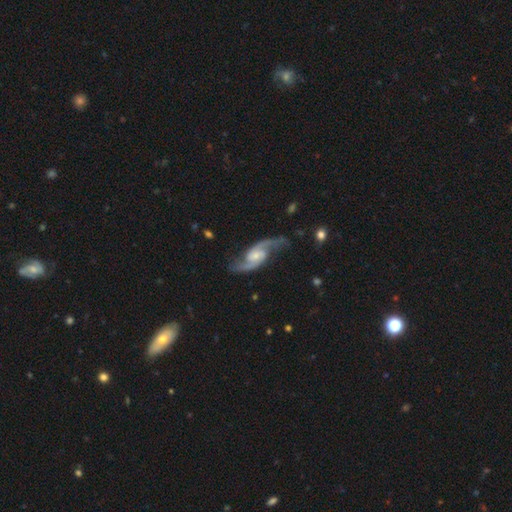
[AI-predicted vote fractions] Morphology: type=featured or disk (91%); edge-on=no (96%); bar=no (47%); spiral arms=yes (98%); winding=loose (57%); arm count=2 (94%); bulge=small (49%); merging=none (75%).